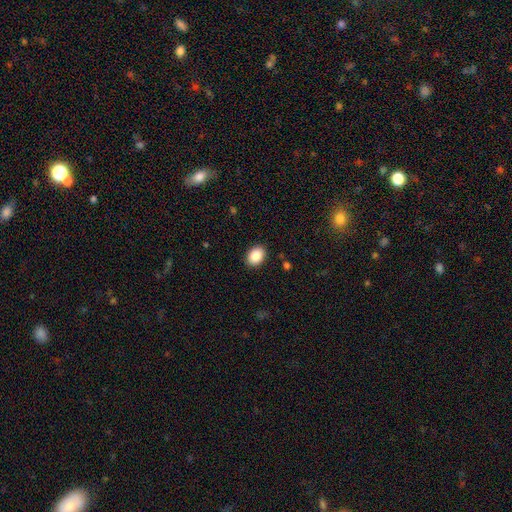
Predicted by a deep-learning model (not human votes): A smooth galaxy with no disk features (87%) that is in between round and cigar-shaped (73%).

Vote fractions:
- Smooth or featured? smooth: 87% / star or artifact: 8% / featured or disk: 5%
- How rounded? in between: 73% / round: 26% / cigar-shaped: 1%
- Merging? none: 90% / minor disturbance: 7% / major disturbance: 2% / merger: 1%